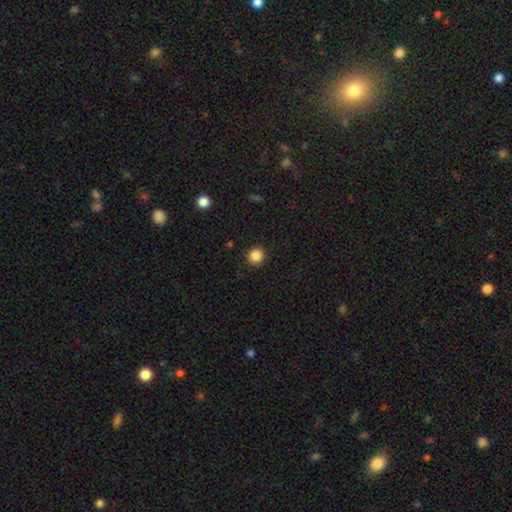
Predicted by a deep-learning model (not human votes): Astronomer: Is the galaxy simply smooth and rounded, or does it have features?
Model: smooth — 86%.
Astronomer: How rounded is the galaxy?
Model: round — 90%.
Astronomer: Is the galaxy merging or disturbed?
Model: none — 91%.